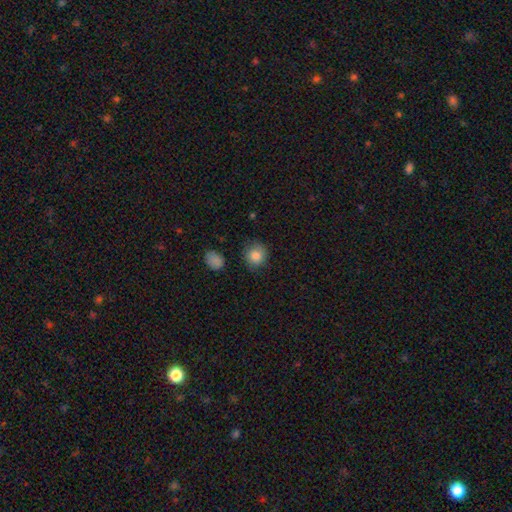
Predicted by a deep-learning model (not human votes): This is clearly a smooth galaxy (84%). How rounded: clearly round (84%). Merging: clearly none (81%).